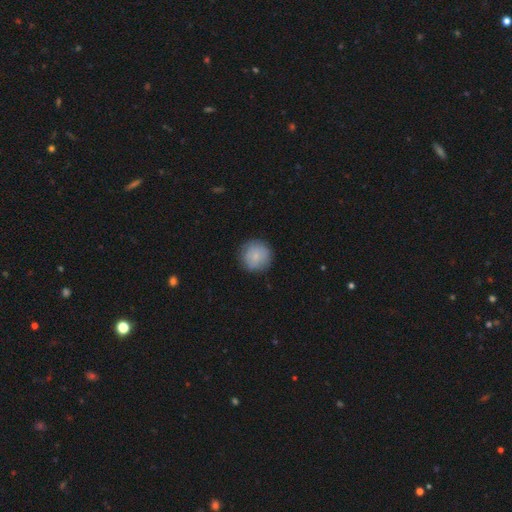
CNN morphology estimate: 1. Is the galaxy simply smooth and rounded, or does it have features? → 80% smooth, 13% featured or disk, 7% star or artifact.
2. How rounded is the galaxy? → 94% round, 5% in between, 1% cigar-shaped.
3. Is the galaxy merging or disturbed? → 85% none, 11% minor disturbance, 3% major disturbance, 1% merger.